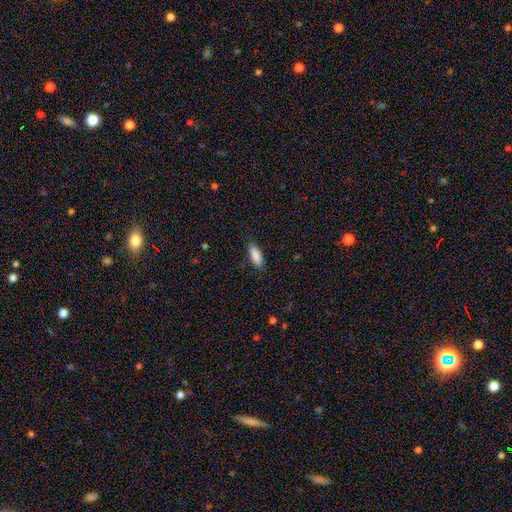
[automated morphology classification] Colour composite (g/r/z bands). It shows a smooth galaxy with no disk features (89%) that is in between round and cigar-shaped (76%). Merging: none (83%).